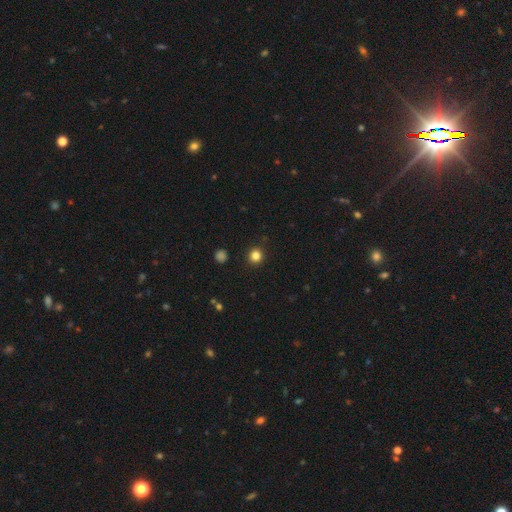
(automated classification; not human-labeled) Morphology: type=smooth (83%); roundness=round (93%); merging=none (92%).